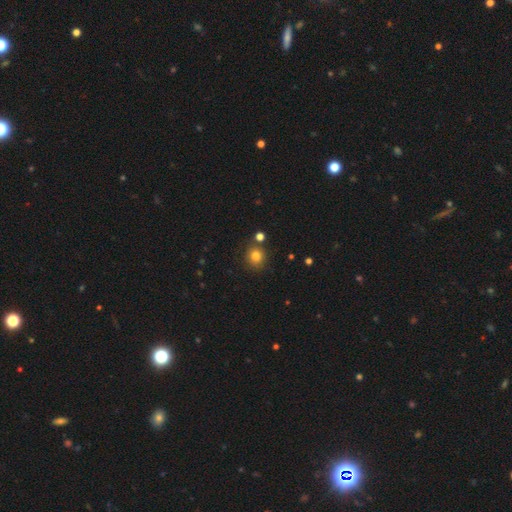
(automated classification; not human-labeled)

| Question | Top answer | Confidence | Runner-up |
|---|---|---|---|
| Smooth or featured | smooth | 81% | star or artifact (13%) |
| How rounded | round | 86% | in between (13%) |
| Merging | none | 81% | minor disturbance (9%) |